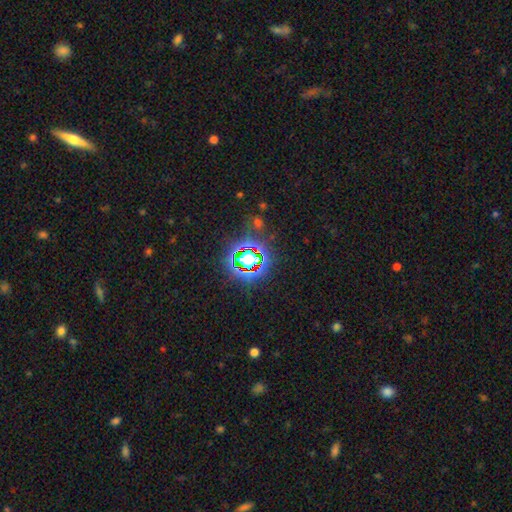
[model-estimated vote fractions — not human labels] Smooth or featured? star or artifact (81%)